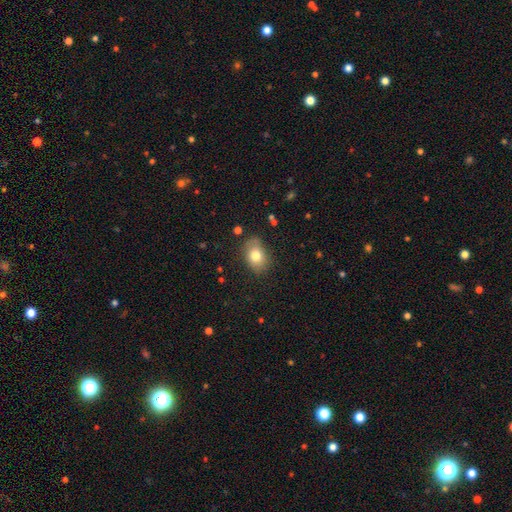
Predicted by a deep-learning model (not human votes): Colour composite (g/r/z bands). It shows a smooth galaxy with no disk features (77%) that is in between round and cigar-shaped (74%). Merging: none (75%).